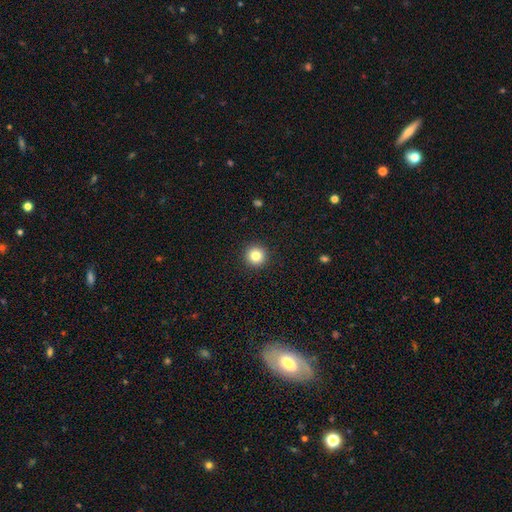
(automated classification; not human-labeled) Q: Smooth or featured?
A: smooth (81%); runner-up: star or artifact (12%)
Q: How rounded?
A: round (96%); runner-up: in between (3%)
Q: Merging?
A: none (93%); runner-up: minor disturbance (4%)